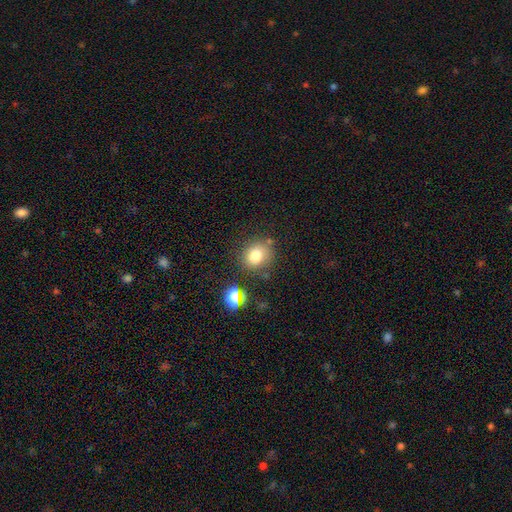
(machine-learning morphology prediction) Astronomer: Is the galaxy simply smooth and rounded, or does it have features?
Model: smooth — 77%.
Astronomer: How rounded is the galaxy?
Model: round — 73%.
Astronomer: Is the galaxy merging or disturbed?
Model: none — 76%.